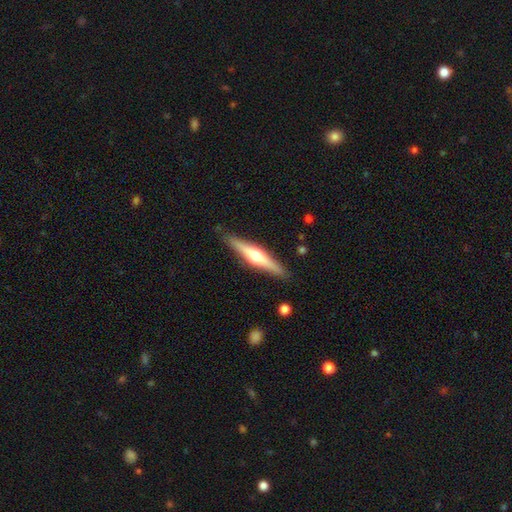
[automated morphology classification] featured or disk 65%, smooth 30%, star or artifact 5%. Down the decision tree: edge-on disk — yes (97%); edge-on bulge — rounded (91%); merging — none (89%).